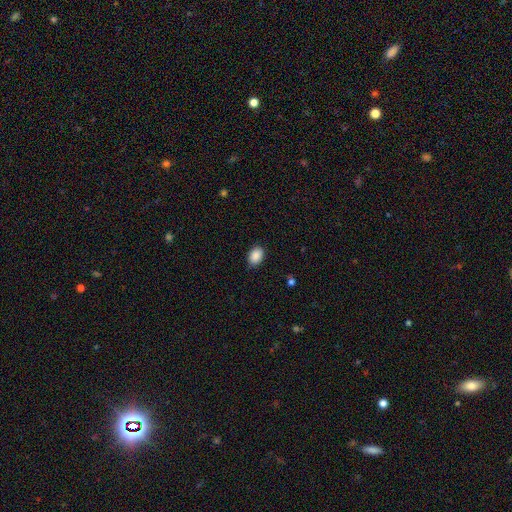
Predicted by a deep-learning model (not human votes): Smooth or featured: smooth — 90% (star or artifact — 7%)
How rounded: in between — 80% (round — 19%)
Merging: none — 87% (minor disturbance — 10%)